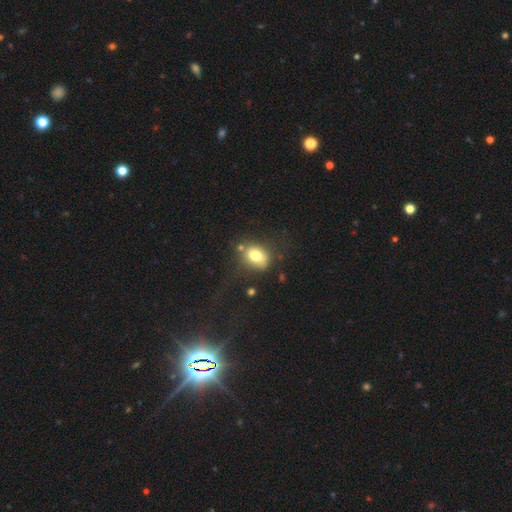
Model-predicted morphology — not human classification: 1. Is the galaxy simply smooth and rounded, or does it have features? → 77% smooth, 14% featured or disk, 9% star or artifact.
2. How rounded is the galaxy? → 68% in between, 31% round, 1% cigar-shaped.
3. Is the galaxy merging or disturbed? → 62% none, 21% minor disturbance, 10% major disturbance, 8% merger.